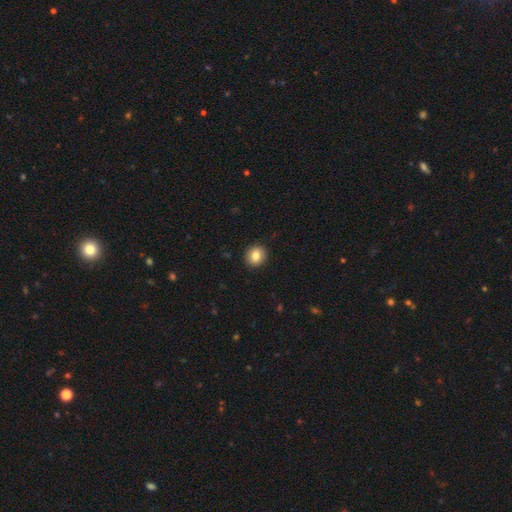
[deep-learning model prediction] smooth_or_featured: smooth (p=0.83) [alt: star or artifact p=0.09]
how_rounded: round (p=0.79) [alt: in between p=0.20]
merging: none (p=0.91) [alt: minor disturbance p=0.06]